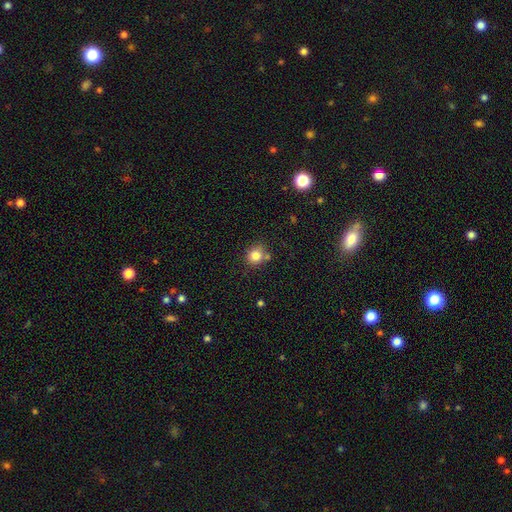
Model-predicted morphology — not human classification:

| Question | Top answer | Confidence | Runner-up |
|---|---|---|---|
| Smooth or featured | smooth | 80% | star or artifact (12%) |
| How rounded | round | 82% | in between (17%) |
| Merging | none | 69% | minor disturbance (14%) |